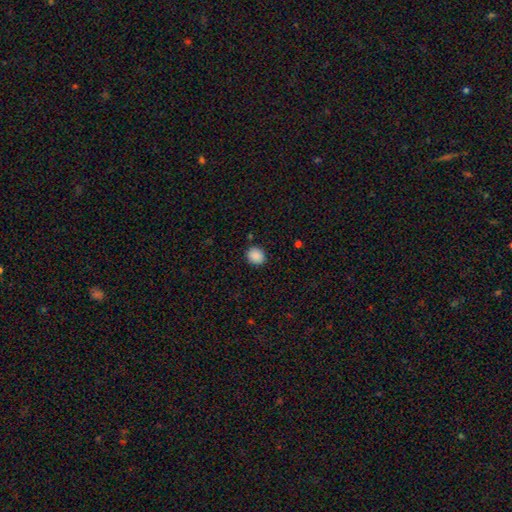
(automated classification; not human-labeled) This is clearly a smooth galaxy (89%). How rounded: likely round (72%). Merging: clearly none (88%).